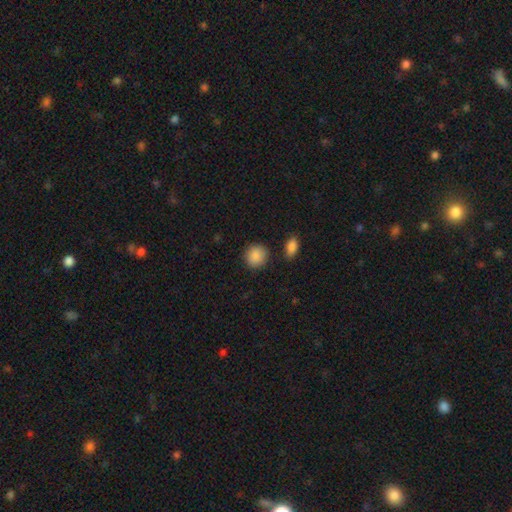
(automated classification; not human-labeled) Morphology: type=smooth (89%); roundness=round (84%); merging=none (85%).